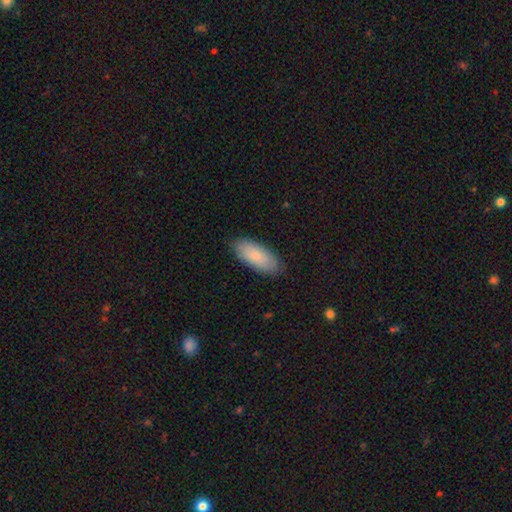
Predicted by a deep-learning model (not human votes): This is clearly a smooth galaxy (84%). How rounded: clearly in between (86%). Merging: clearly none (86%).